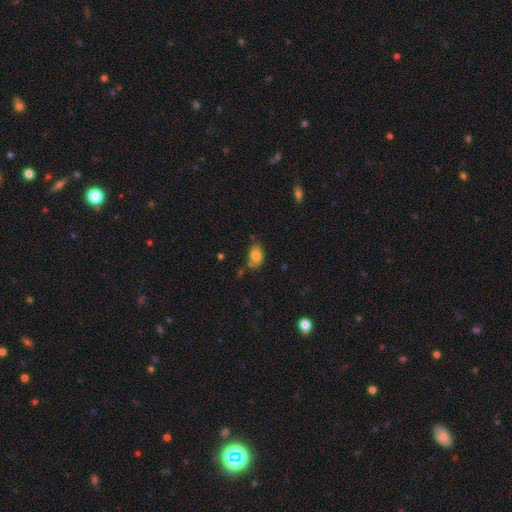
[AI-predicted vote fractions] smooth_or_featured: smooth (p=0.79) [alt: featured or disk p=0.12]
how_rounded: in between (p=0.80) [alt: round p=0.19]
merging: none (p=0.58) [alt: minor disturbance p=0.26]